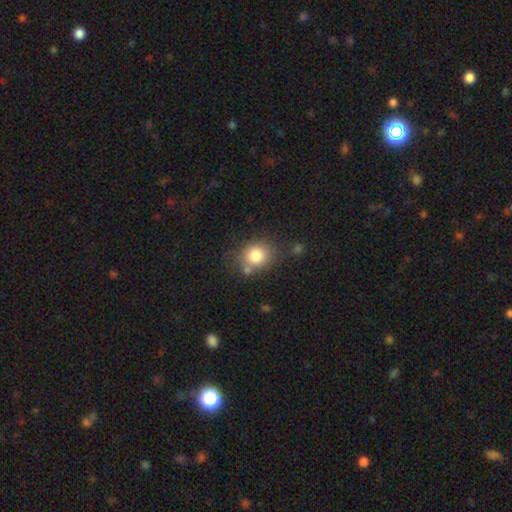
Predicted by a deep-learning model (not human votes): smooth_or_featured: smooth (p=0.80) [alt: star or artifact p=0.10]
how_rounded: round (p=0.67) [alt: in between p=0.32]
merging: none (p=0.66) [alt: minor disturbance p=0.16]